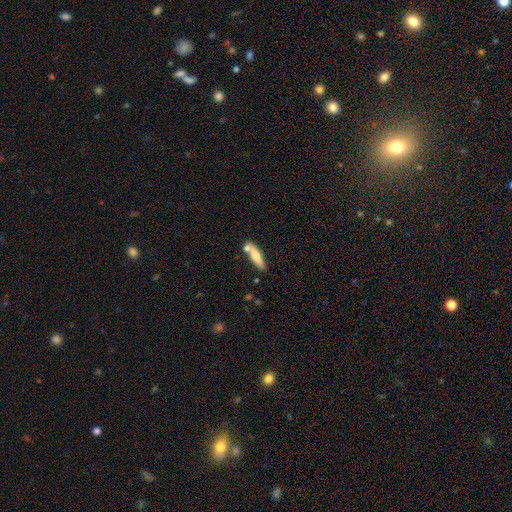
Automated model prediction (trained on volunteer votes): smooth-or-featured: smooth: 66% | featured or disk: 28% | star or artifact: 6%
  how-rounded: cigar-shaped: 71% | in between: 27% | round: 2%
  merging: none: 63% | merger: 19% | minor disturbance: 15% | major disturbance: 4%